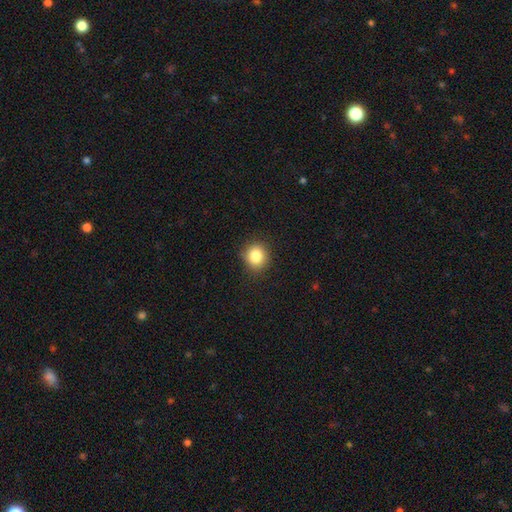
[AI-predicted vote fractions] Q: Smooth or featured?
A: smooth (84%); runner-up: star or artifact (10%)
Q: How rounded?
A: round (85%); runner-up: in between (14%)
Q: Merging?
A: none (87%); runner-up: minor disturbance (10%)